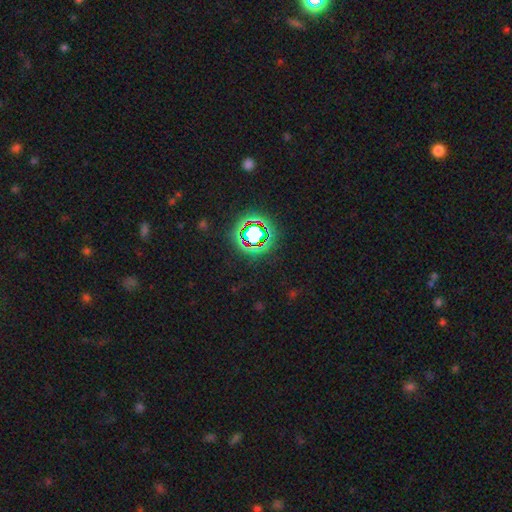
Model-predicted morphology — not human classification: Smooth or featured?
  - star or artifact: 76% *
  - smooth: 15%
  - featured or disk: 9%